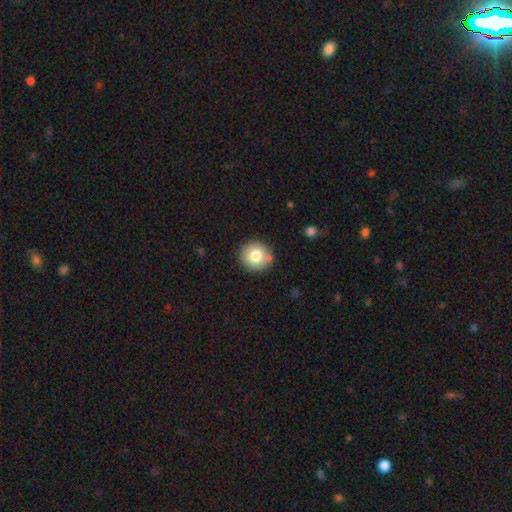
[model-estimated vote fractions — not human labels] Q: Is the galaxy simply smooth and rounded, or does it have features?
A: smooth — 78%.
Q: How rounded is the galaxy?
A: round — 93%.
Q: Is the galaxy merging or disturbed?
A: none — 85%.